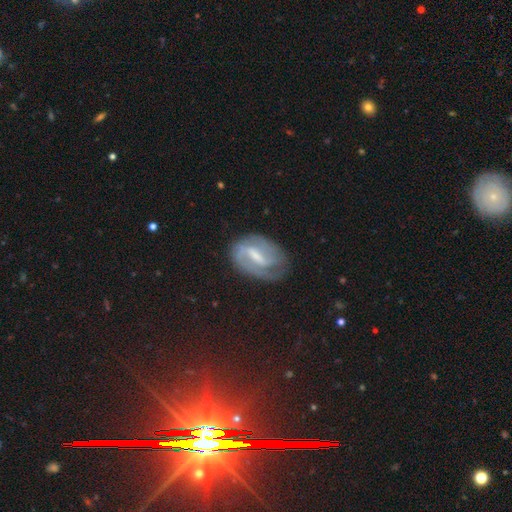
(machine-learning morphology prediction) This appears to be a featured or disk galaxy (79%) with a strong bar (49%), 2 (67%) medium (42%) spiral arms (89%) and a small central bulge (42%). Merging: none (67%).